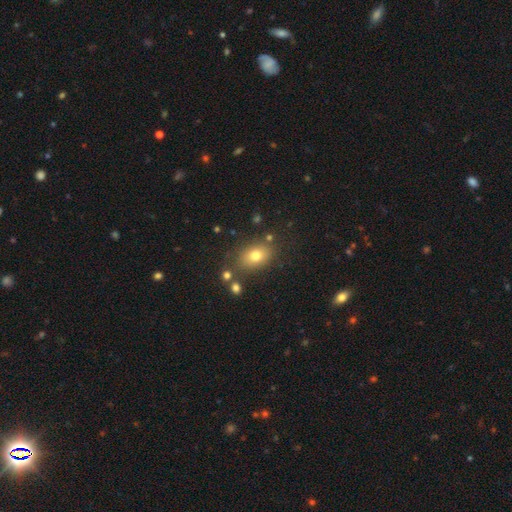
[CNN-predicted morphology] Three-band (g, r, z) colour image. It shows a smooth galaxy with no disk features (76%) that is in between round and cigar-shaped (76%). Merging: none (76%).